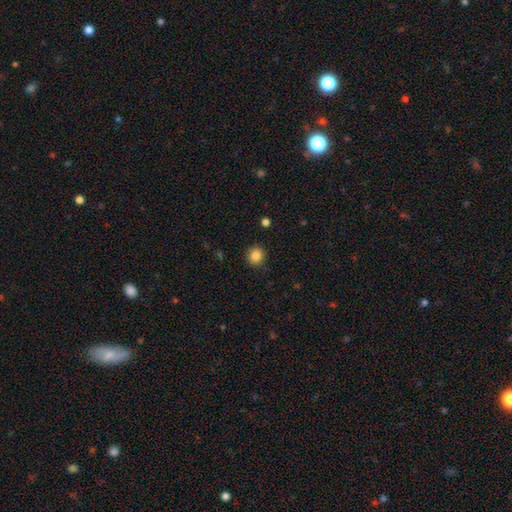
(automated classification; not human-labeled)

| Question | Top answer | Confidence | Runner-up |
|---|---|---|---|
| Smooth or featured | smooth | 86% | star or artifact (10%) |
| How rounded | round | 87% | in between (12%) |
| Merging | none | 90% | minor disturbance (7%) |